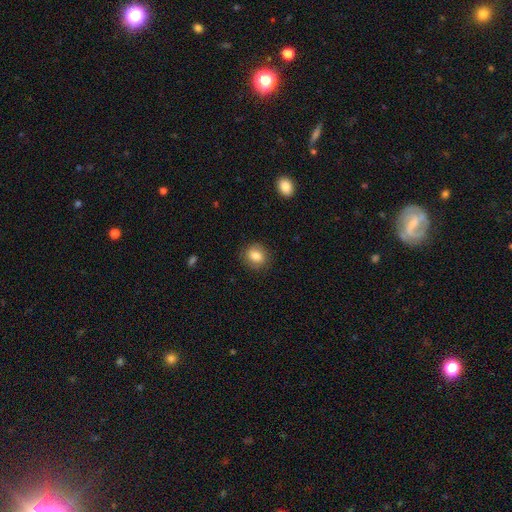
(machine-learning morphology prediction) Smooth or featured? Predicted: smooth (p=0.82). How rounded? Predicted: round (p=0.72). Merging? Predicted: none (p=0.87).